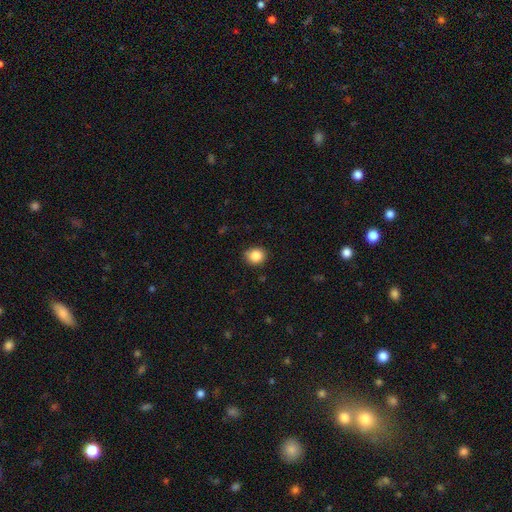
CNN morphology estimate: Q: Smooth or featured?
A: smooth (87%); runner-up: star or artifact (9%)
Q: How rounded?
A: round (76%); runner-up: in between (23%)
Q: Merging?
A: none (84%); runner-up: minor disturbance (13%)